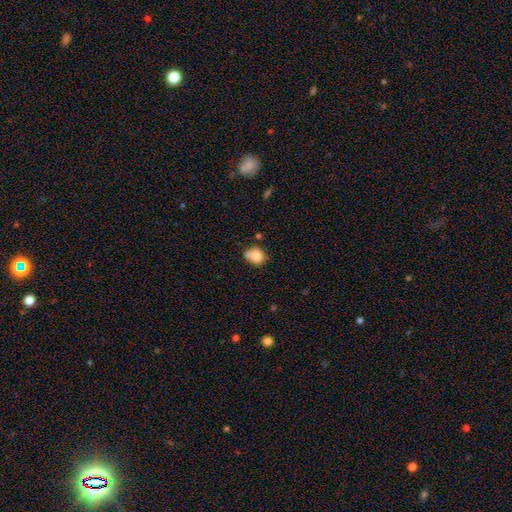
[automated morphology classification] A smooth galaxy with no disk features (81%) that is round (71%). Merging: none (50%).